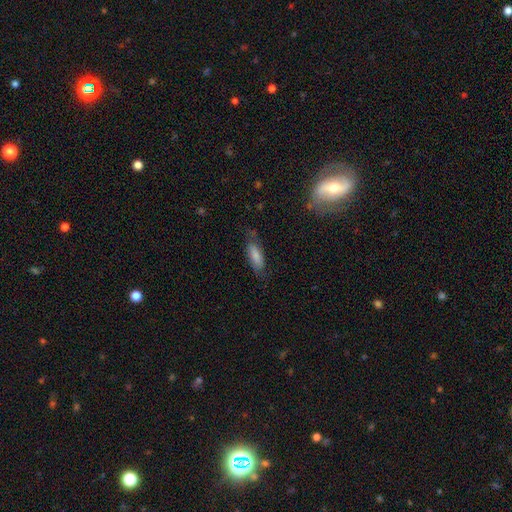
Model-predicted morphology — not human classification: Smooth or featured?
  - smooth: 70% *
  - featured or disk: 23%
  - star or artifact: 7%
How rounded?
  - in between: 70% *
  - cigar-shaped: 28%
  - round: 2%
Merging?
  - none: 63% *
  - minor disturbance: 25%
  - major disturbance: 10%
  - merger: 2%